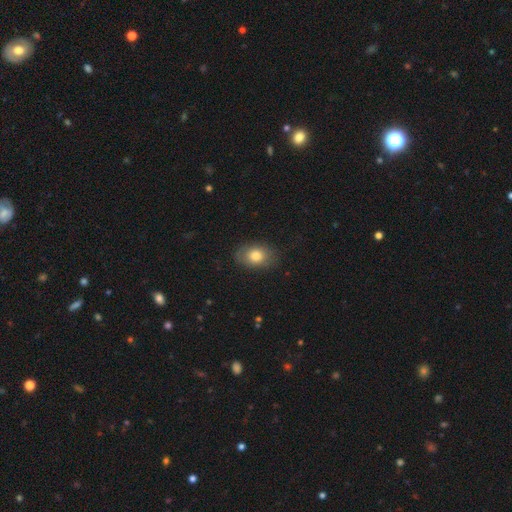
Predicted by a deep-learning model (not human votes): Smooth or featured?
  - smooth: 81% *
  - featured or disk: 11%
  - star or artifact: 8%
How rounded?
  - in between: 77% *
  - round: 22%
  - cigar-shaped: 1%
Merging?
  - none: 80% *
  - minor disturbance: 15%
  - major disturbance: 4%
  - merger: 1%